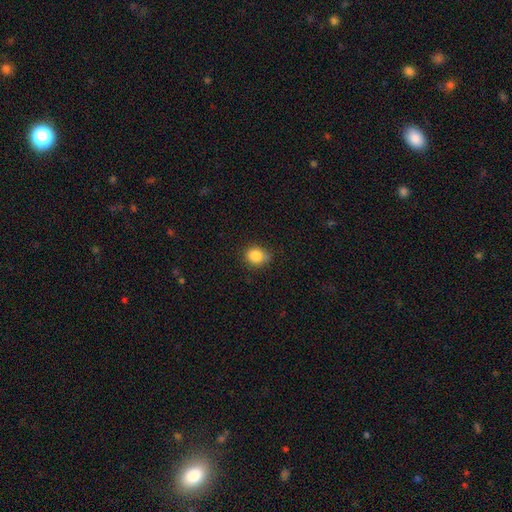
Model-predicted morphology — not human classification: The model was most divided on "how rounded": round: 59%, in between: 40%, cigar-shaped: 1%. More confident: smooth or featured — smooth (85%); merging — none (71%).